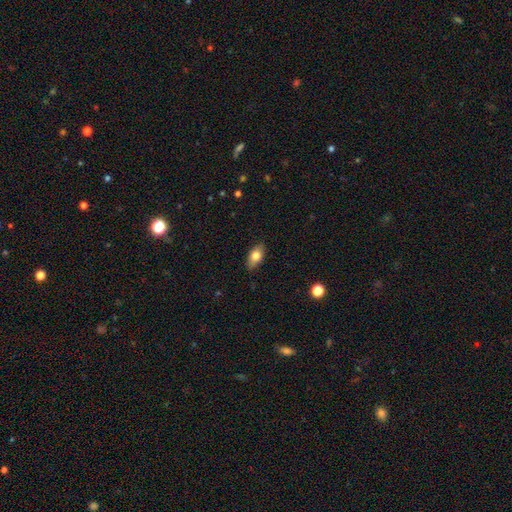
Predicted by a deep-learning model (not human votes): A smooth galaxy with no disk features (78%) that is in between round and cigar-shaped (89%).

Vote fractions:
- Smooth or featured? smooth: 78% / featured or disk: 15% / star or artifact: 7%
- How rounded? in between: 89% / cigar-shaped: 6% / round: 6%
- Merging? none: 85% / minor disturbance: 12% / major disturbance: 2% / merger: 1%